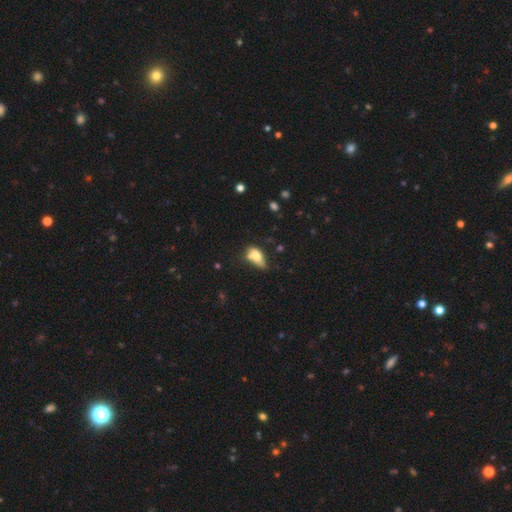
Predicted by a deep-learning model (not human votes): Smooth or featured: smooth — 70% (featured or disk — 21%)
How rounded: in between — 85% (cigar-shaped — 9%)
Merging: none — 33% (minor disturbance — 31%)